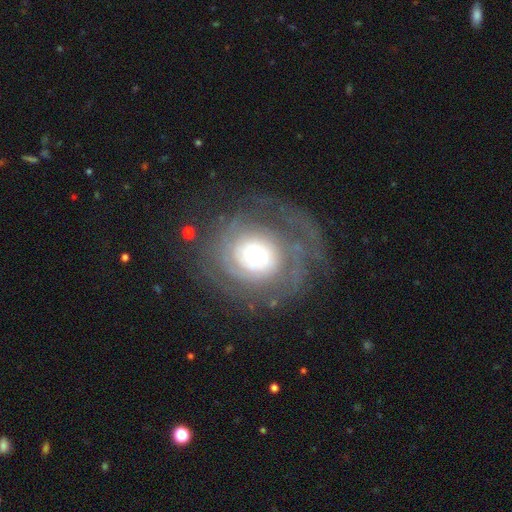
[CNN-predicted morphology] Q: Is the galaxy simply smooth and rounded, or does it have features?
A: featured or disk — 80%.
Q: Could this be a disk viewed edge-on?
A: no — 97%.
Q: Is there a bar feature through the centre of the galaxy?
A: no — 79%.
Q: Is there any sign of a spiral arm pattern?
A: yes — 91%.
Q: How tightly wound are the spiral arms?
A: tight — 68%.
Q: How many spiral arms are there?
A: can't tell — 37%.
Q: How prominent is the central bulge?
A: small — 36%.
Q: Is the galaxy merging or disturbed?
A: none — 63%.